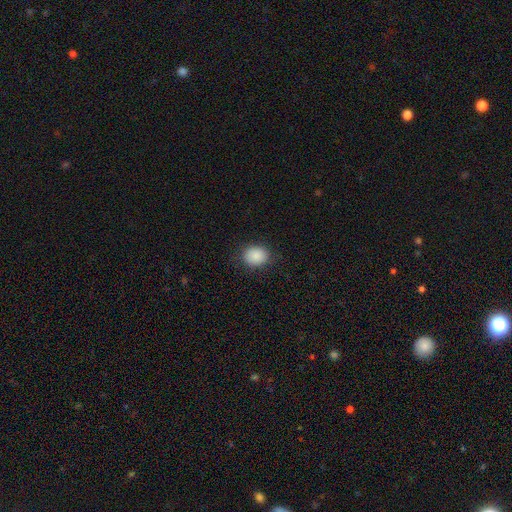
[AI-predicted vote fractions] A smooth galaxy with no disk features (88%) that is round (55%). Merging: none (85%).